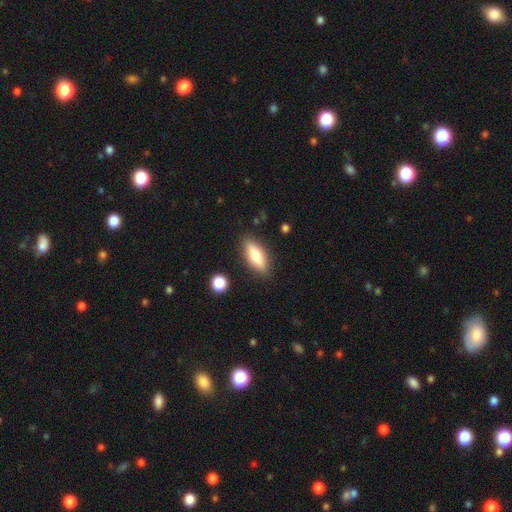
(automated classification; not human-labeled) Smooth or featured: smooth — 71% (featured or disk — 23%)
How rounded: in between — 62% (cigar-shaped — 35%)
Merging: none — 85% (minor disturbance — 10%)